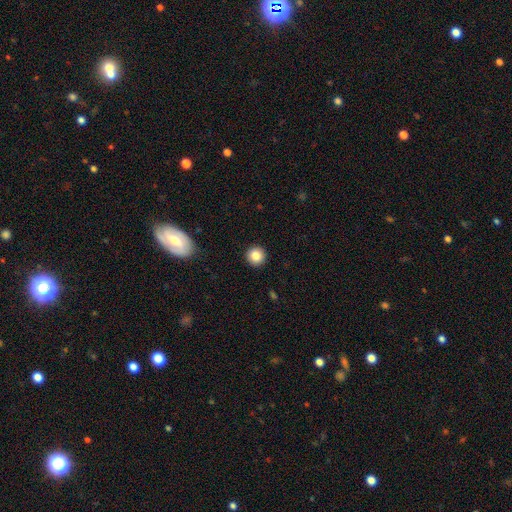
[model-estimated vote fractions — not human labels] smooth_or_featured: smooth (p=0.85) [alt: star or artifact p=0.10]
how_rounded: round (p=0.95) [alt: in between p=0.04]
merging: none (p=0.93) [alt: minor disturbance p=0.05]